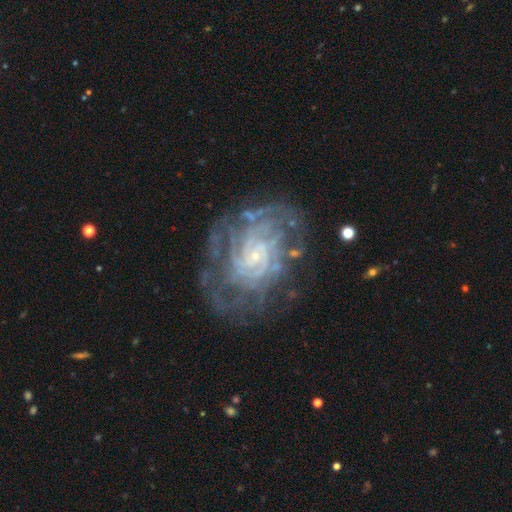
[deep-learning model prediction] smooth_or_featured: featured or disk (p=0.86) [alt: star or artifact p=0.07]
disk_edge_on: no (p=0.97) [alt: yes p=0.03]
bar: no (p=0.66) [alt: weak p=0.27]
has_spiral_arms: yes (p=0.94) [alt: no p=0.06]
spiral_winding: tight (p=0.72) [alt: medium p=0.22]
spiral_arm_count: can't tell (p=0.39) [alt: 4 p=0.17]
bulge_size: small (p=0.83) [alt: moderate p=0.09]
merging: none (p=0.66) [alt: minor disturbance p=0.19]